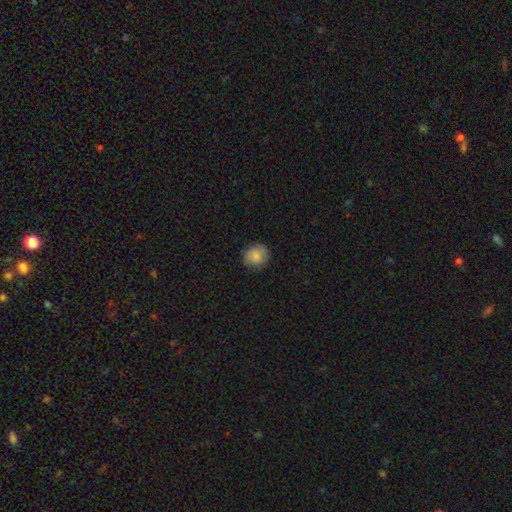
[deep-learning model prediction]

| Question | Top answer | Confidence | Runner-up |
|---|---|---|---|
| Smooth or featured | smooth | 85% | star or artifact (8%) |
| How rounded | round | 82% | in between (17%) |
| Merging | none | 85% | minor disturbance (12%) |